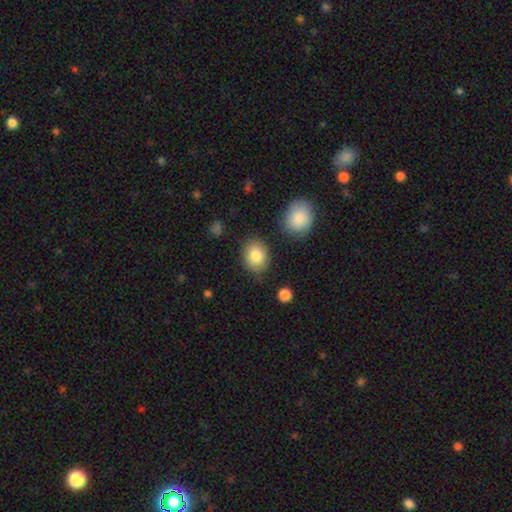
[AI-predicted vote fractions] smooth-or-featured: smooth: 84% | featured or disk: 8% | star or artifact: 8%
  how-rounded: in between: 50% | round: 49% | cigar-shaped: 1%
  merging: none: 80% | minor disturbance: 13% | merger: 4% | major disturbance: 3%